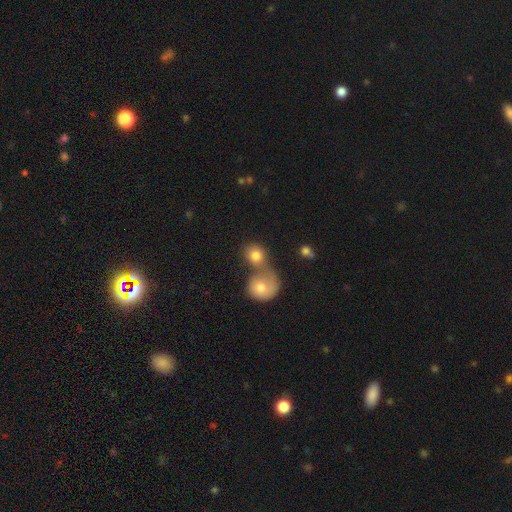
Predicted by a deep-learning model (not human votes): A smooth galaxy with no disk features (78%) that is round (81%). Merging: merger (64%).